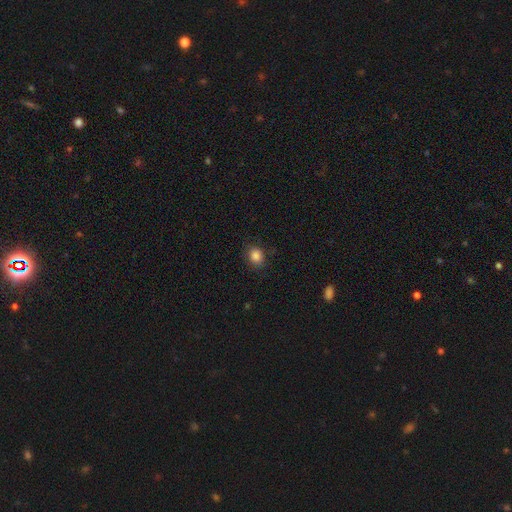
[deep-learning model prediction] Smooth or featured: smooth — 85% (star or artifact — 11%)
How rounded: round — 61% (in between — 38%)
Merging: none — 84% (minor disturbance — 11%)